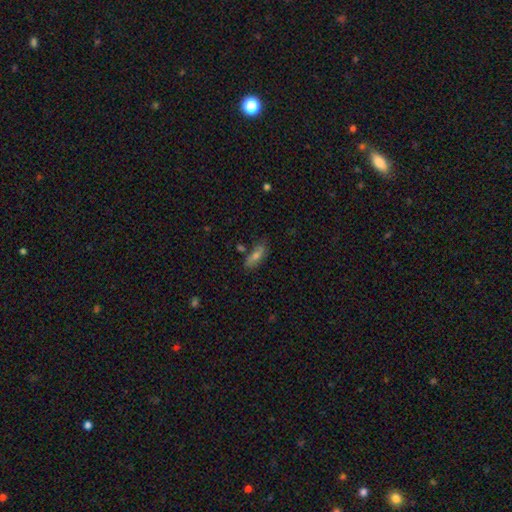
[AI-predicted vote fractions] Smooth or featured: smooth — 56% (featured or disk — 32%)
How rounded: in between — 58% (cigar-shaped — 38%)
Merging: none — 72% (minor disturbance — 17%)